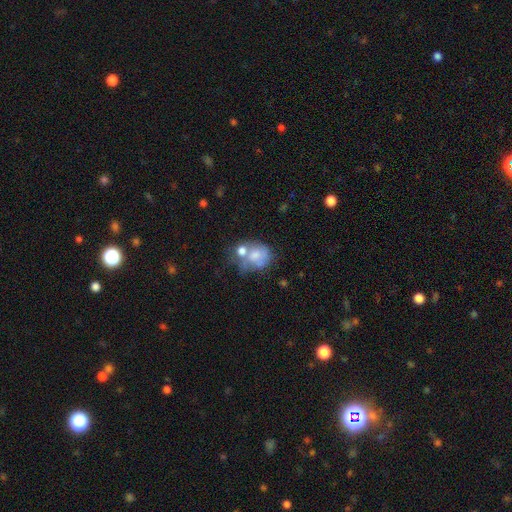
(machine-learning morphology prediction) Smooth or featured? smooth (60%)
How rounded? round (54%)
Merging? merger (42%)